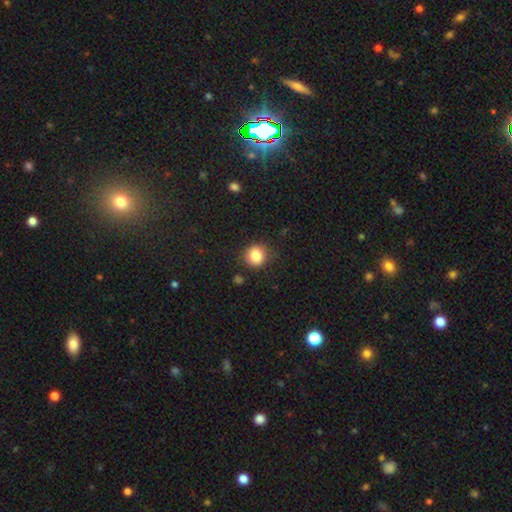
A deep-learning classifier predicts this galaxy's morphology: This appears to be a smooth galaxy with no disk features (84%) that is round (88%). Merging: none (86%).